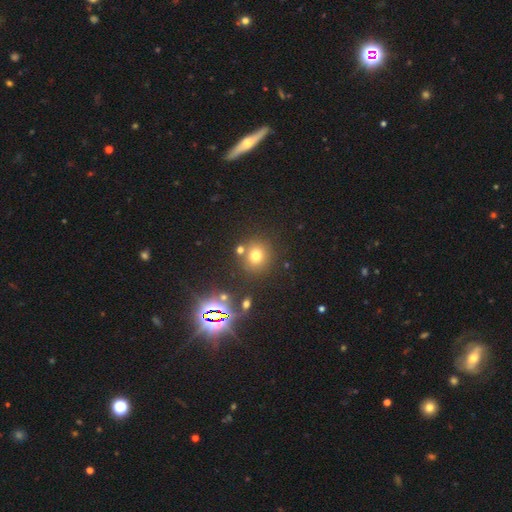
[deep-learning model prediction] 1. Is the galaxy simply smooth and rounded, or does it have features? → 70% smooth, 21% star or artifact, 9% featured or disk.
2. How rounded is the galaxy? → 90% round, 9% in between, 1% cigar-shaped.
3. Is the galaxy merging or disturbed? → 76% none, 11% merger, 9% minor disturbance, 4% major disturbance.